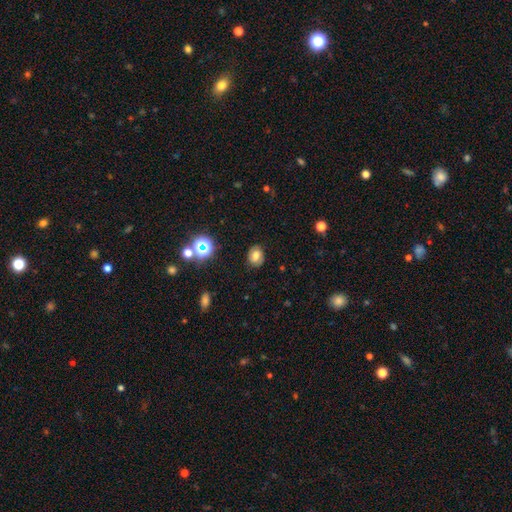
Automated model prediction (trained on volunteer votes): This appears to be a smooth galaxy with no disk features (66%) that is round (57%). Merging: none (83%).